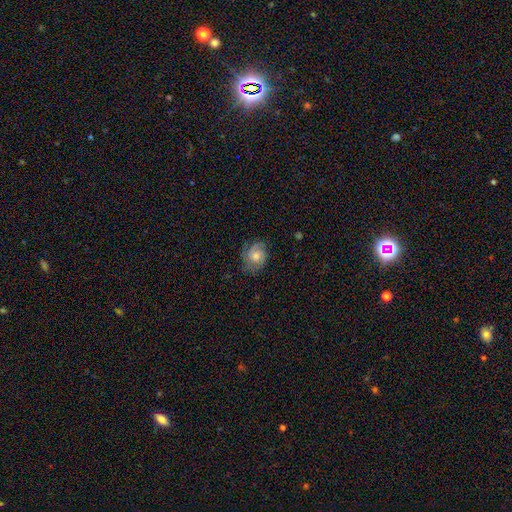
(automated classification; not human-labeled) smooth-or-featured: featured or disk: 57% | smooth: 34% | star or artifact: 9%
  disk-edge-on: no: 97% | yes: 3%
    bar: no: 76% | weak: 21% | strong: 3%
    has-spiral-arms: yes: 89% | no: 11%
    bulge-size: moderate: 59% | small: 25% | large: 11% | none: 4% | dominant: 2%
  merging: none: 72% | minor disturbance: 19% | major disturbance: 7% | merger: 1%